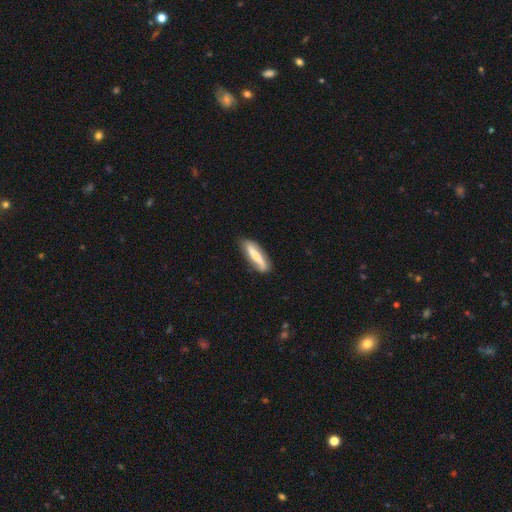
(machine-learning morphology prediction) smooth_or_featured: smooth (p=0.64) [alt: featured or disk p=0.29]
how_rounded: cigar-shaped (p=0.75) [alt: in between p=0.24]
merging: none (p=0.77) [alt: minor disturbance p=0.17]